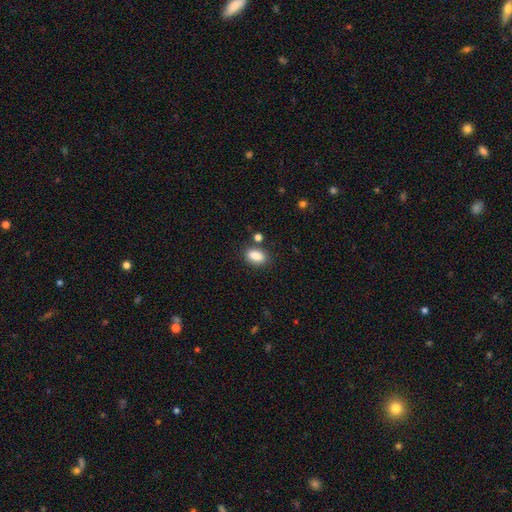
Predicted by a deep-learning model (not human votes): Smooth or featured? smooth (87%)
How rounded? in between (87%)
Merging? none (77%)